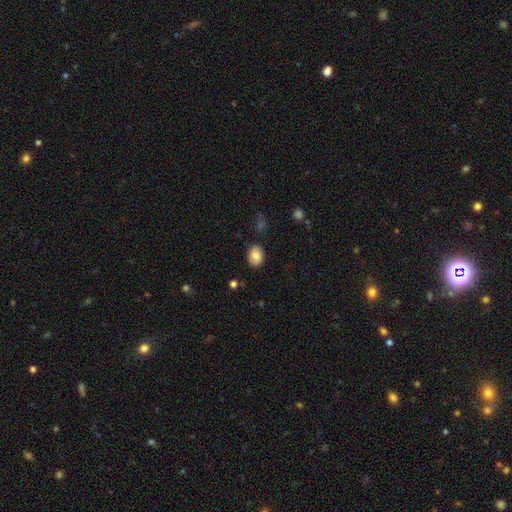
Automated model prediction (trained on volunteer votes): Smooth or featured: smooth — 81% (featured or disk — 11%)
How rounded: in between — 64% (round — 35%)
Merging: none — 82% (minor disturbance — 13%)